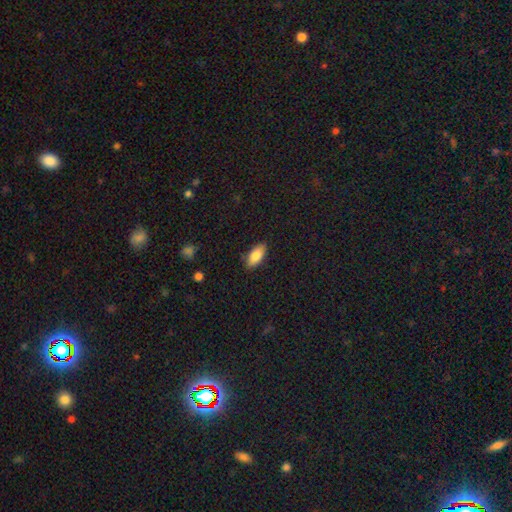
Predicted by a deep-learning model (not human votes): Smooth or featured: smooth — 83% (featured or disk — 10%)
How rounded: in between — 88% (cigar-shaped — 10%)
Merging: none — 86% (minor disturbance — 10%)